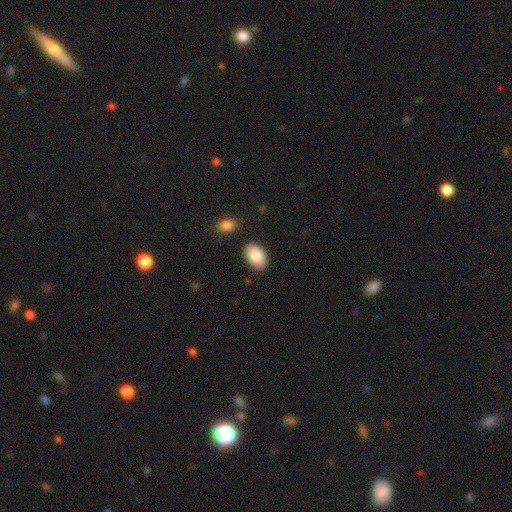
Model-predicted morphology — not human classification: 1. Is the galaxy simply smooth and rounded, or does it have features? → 84% smooth, 10% featured or disk, 6% star or artifact.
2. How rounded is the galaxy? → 92% in between, 7% round, 1% cigar-shaped.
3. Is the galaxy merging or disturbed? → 86% none, 10% minor disturbance, 2% merger, 2% major disturbance.